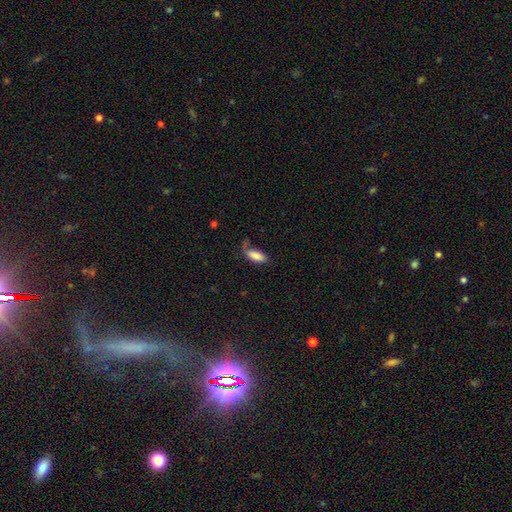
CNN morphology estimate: Overall: smooth (83%). How rounded: in between (80%). Merging: none (49%; minor disturbance 25%).